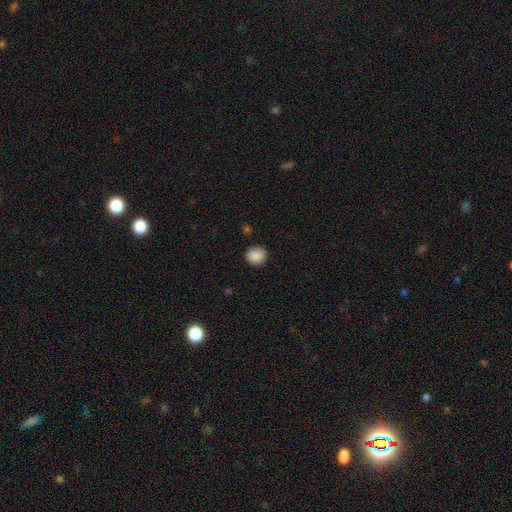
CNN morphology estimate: smooth-or-featured: smooth: 89% | star or artifact: 8% | featured or disk: 3%
  how-rounded: round: 79% | in between: 20% | cigar-shaped: 1%
  merging: none: 88% | minor disturbance: 8% | major disturbance: 2% | merger: 1%